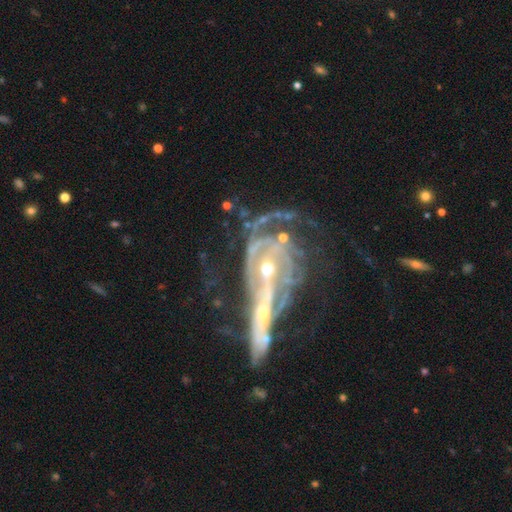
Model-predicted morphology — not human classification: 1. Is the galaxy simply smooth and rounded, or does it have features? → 86% featured or disk, 8% star or artifact, 6% smooth.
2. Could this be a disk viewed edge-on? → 88% no, 12% yes.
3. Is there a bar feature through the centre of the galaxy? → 53% no, 26% weak, 21% strong.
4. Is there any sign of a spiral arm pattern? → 87% yes, 13% no.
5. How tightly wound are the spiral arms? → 54% tight, 32% medium, 14% loose.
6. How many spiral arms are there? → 42% can't tell, 27% 2, 13% 3, 7% 4, 7% 1, 6% more than 4.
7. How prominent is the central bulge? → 51% small, 43% moderate, 2% large, 2% none, 1% dominant.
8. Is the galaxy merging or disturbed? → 45% merger, 23% major disturbance, 19% none, 12% minor disturbance.